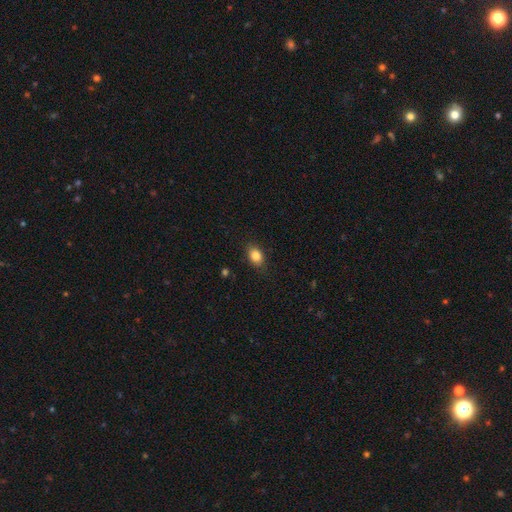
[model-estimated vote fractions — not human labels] This is clearly a smooth galaxy (84%). How rounded: likely in between (76%). Merging: clearly none (85%).